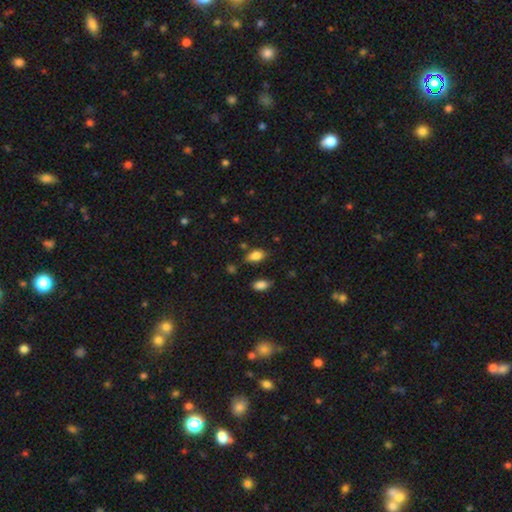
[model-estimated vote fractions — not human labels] Smooth or featured? Predicted: smooth (p=0.85). How rounded? Predicted: in between (p=0.91). Merging? Predicted: none (p=0.72).